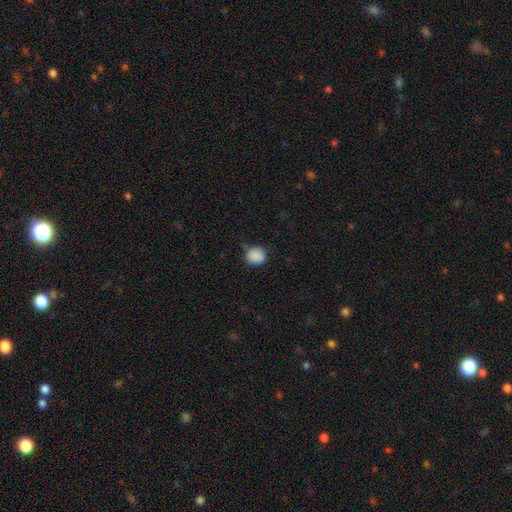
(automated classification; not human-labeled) A smooth galaxy with no disk features (88%) that is round (82%). Merging: none (73%).